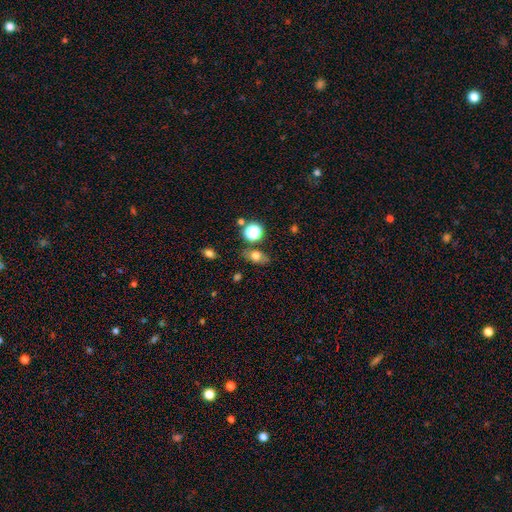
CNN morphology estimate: Overall: smooth (69%). How rounded: in between (68%). Merging: none (75%).